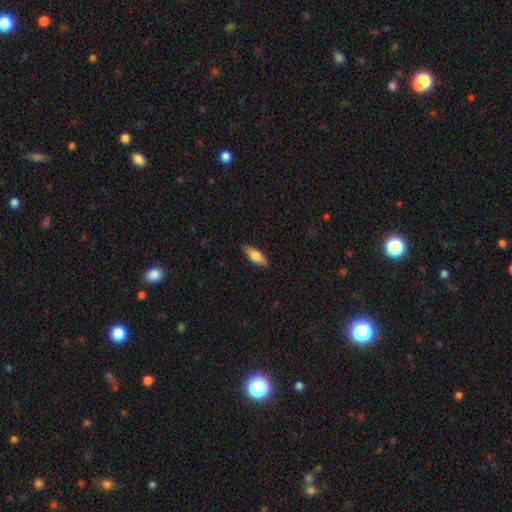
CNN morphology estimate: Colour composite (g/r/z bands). It shows a smooth galaxy with no disk features (71%) that is in between round and cigar-shaped (69%). Merging: none (86%).